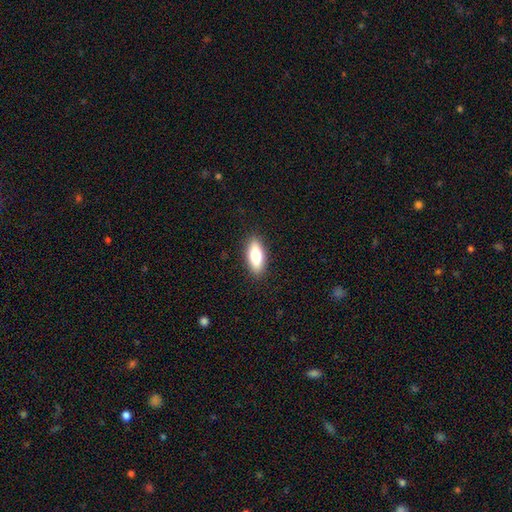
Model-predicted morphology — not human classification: smooth_or_featured: smooth (p=0.74) [alt: featured or disk p=0.20]
how_rounded: in between (p=0.71) [alt: cigar-shaped p=0.26]
merging: none (p=0.88) [alt: minor disturbance p=0.09]